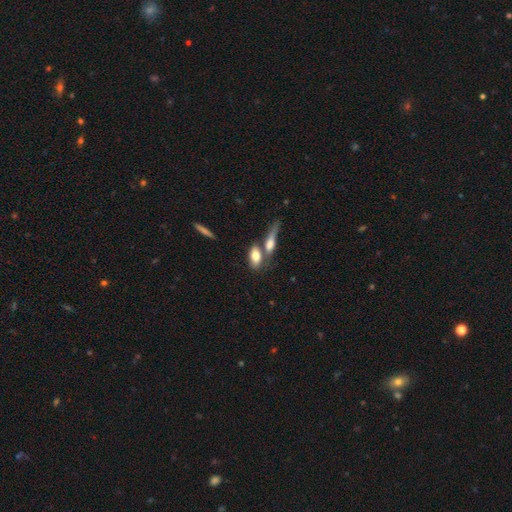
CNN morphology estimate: type=smooth (75%); roundness=in between (81%); merging=none (43%).